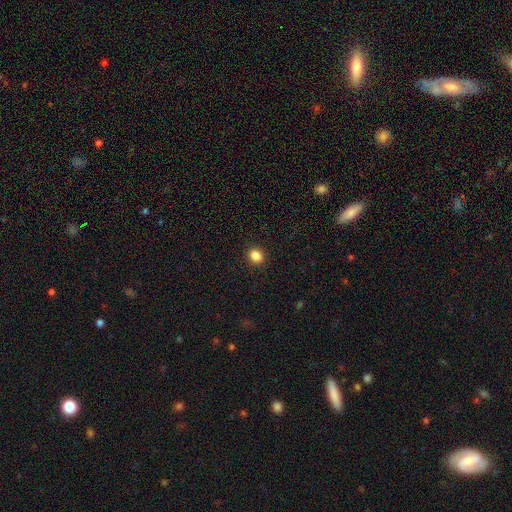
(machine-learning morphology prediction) This is clearly a smooth galaxy (85%). How rounded: likely round (69%). Merging: clearly none (92%).